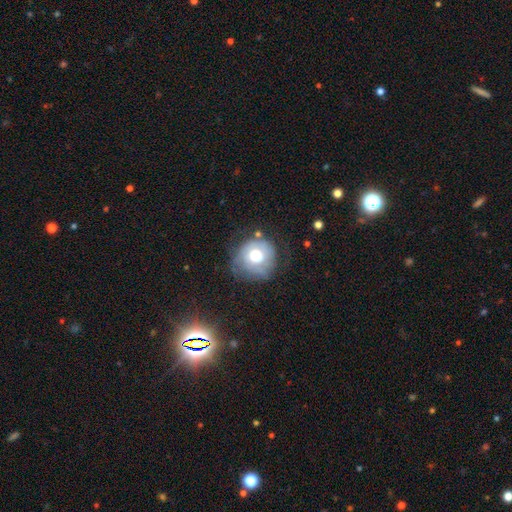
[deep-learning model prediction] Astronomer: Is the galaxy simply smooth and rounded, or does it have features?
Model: smooth — 50% (runner-up: featured or disk, 41%).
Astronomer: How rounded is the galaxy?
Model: round — 88%.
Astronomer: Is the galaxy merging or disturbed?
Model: none — 58%.